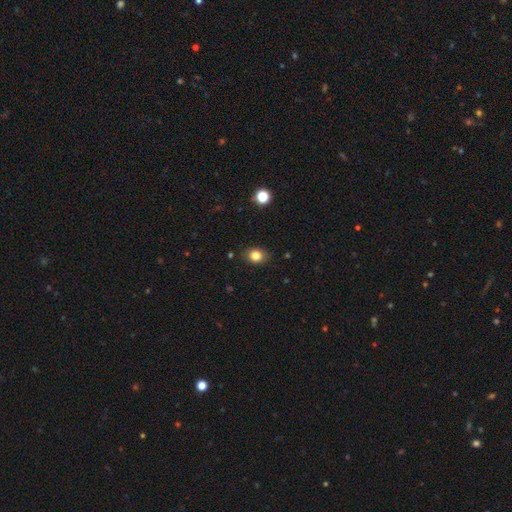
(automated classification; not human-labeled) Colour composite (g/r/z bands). It shows a smooth galaxy with no disk features (83%) that is round (51%). Merging: none (84%).